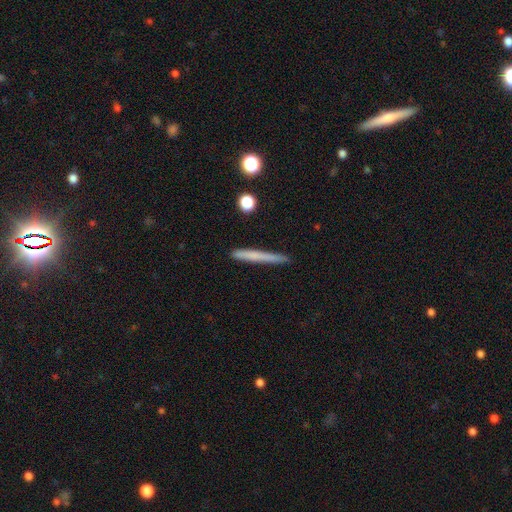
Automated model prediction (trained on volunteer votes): Overall: smooth (63%; featured or disk 29%). How rounded: cigar-shaped (96%). Merging: none (88%).